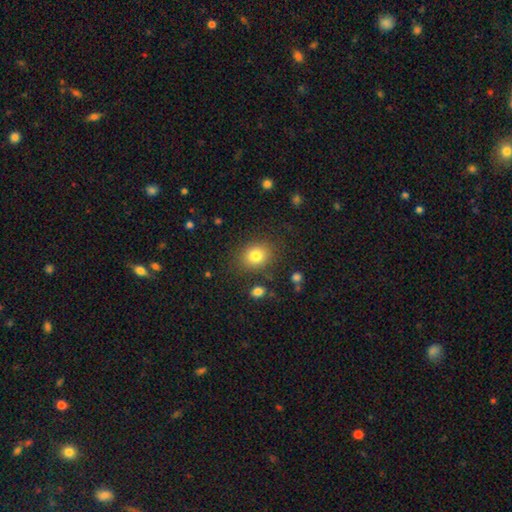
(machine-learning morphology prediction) This is clearly a smooth galaxy (81%). How rounded: possibly round (59%). Merging: clearly none (83%).